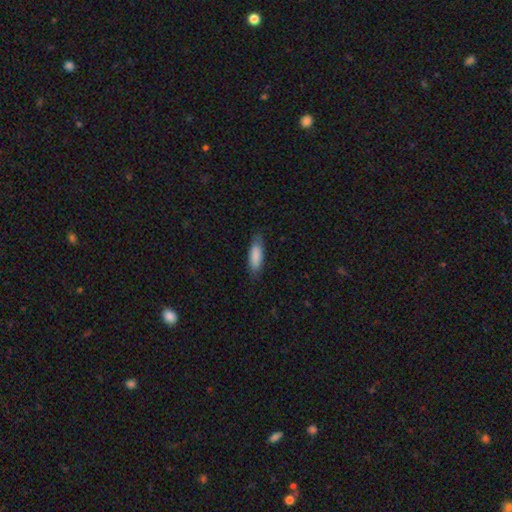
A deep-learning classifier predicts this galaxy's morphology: smooth_or_featured: smooth (p=0.86) [alt: featured or disk p=0.09]
how_rounded: in between (p=0.58) [alt: cigar-shaped p=0.40]
merging: none (p=0.81) [alt: minor disturbance p=0.15]